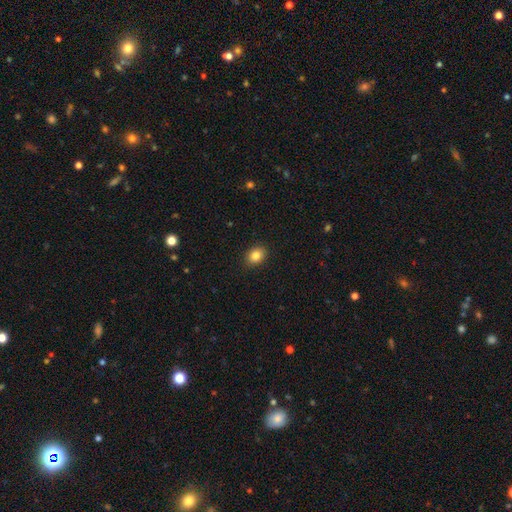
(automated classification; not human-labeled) This is clearly a smooth galaxy (83%). How rounded: possibly in between (59%). Merging: clearly none (89%).